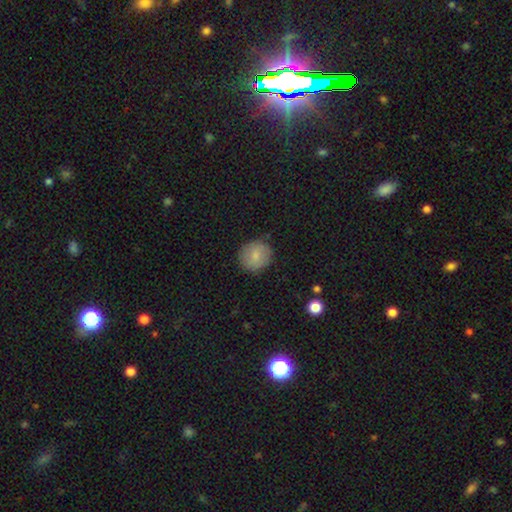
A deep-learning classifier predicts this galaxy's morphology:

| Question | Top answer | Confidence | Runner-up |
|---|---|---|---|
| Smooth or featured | smooth | 81% | featured or disk (11%) |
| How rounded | round | 88% | in between (11%) |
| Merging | none | 86% | minor disturbance (10%) |